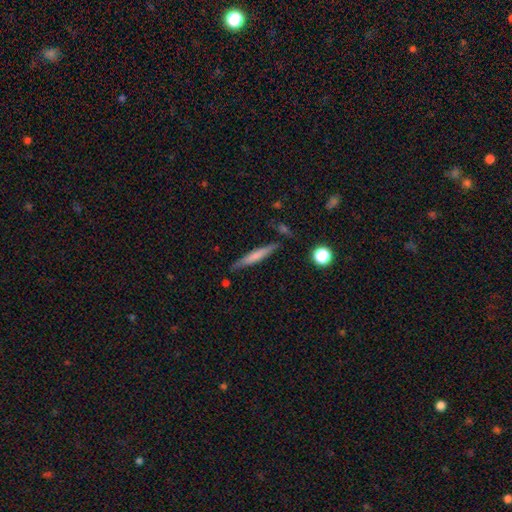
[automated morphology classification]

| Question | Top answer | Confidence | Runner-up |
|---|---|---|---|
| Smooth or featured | smooth | 59% | featured or disk (34%) |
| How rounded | cigar-shaped | 93% | in between (5%) |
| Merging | none | 82% | minor disturbance (12%) |